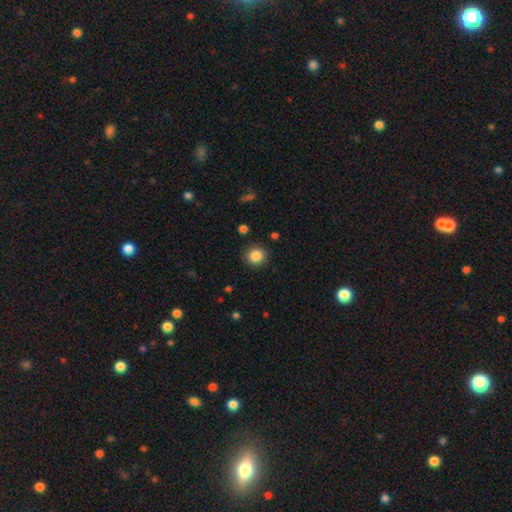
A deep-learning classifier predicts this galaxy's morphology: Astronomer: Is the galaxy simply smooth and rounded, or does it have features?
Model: smooth — 86%.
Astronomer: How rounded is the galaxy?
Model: round — 83%.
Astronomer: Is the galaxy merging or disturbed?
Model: none — 88%.